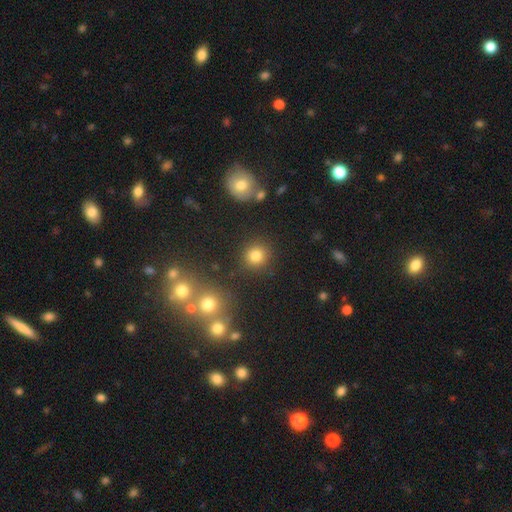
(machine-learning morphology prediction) This is likely a smooth galaxy (79%). How rounded: clearly round (90%). Merging: clearly none (86%).